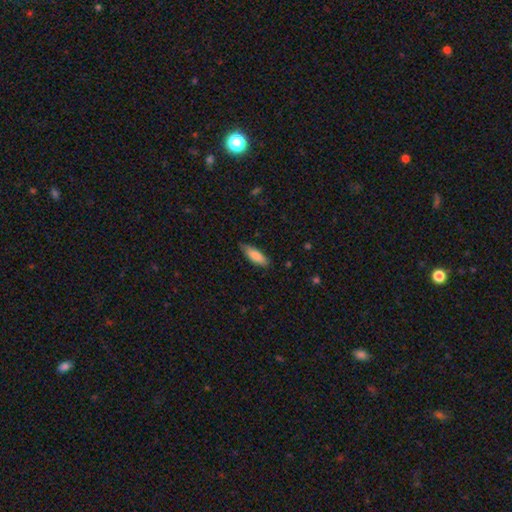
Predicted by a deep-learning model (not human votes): Smooth or featured: smooth — 85% (featured or disk — 10%)
How rounded: in between — 61% (cigar-shaped — 37%)
Merging: none — 79% (minor disturbance — 17%)